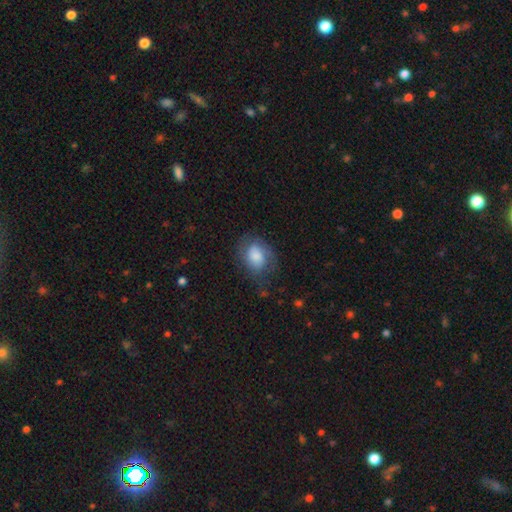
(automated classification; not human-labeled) smooth-or-featured: smooth: 68% | featured or disk: 25% | star or artifact: 8%
  how-rounded: in between: 71% | round: 28% | cigar-shaped: 1%
  merging: none: 58% | minor disturbance: 26% | major disturbance: 15% | merger: 2%